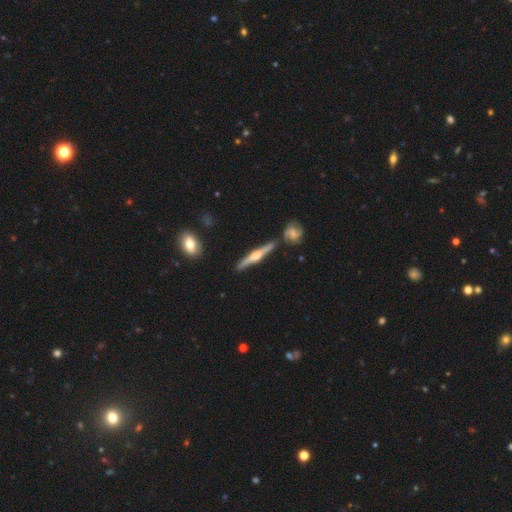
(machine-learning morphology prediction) The model was most divided on "smooth or featured": featured or disk: 77%, smooth: 18%, star or artifact: 5%. More confident: edge-on disk — yes (98%); edge-on bulge — rounded (90%); merging — none (85%).